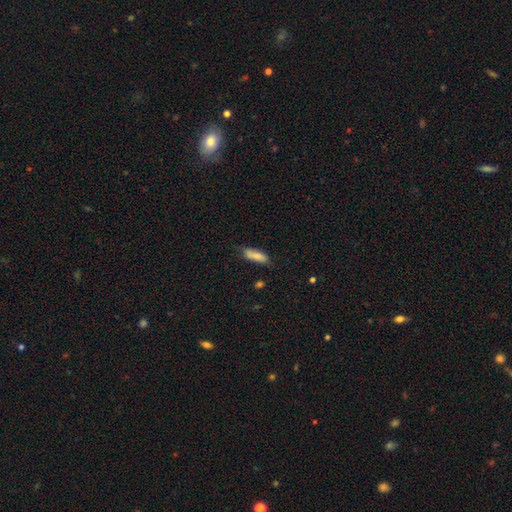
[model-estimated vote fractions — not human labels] smooth 80%, featured or disk 13%, star or artifact 7%. Down the decision tree: how rounded — in between (52%); merging — none (65%).